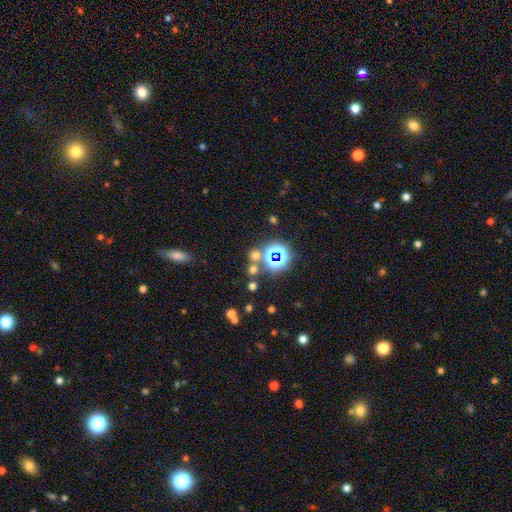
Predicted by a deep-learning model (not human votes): Smooth or featured?
  - smooth: 48% *
  - star or artifact: 44%
  - featured or disk: 8%
Merging?
  - none: 71% *
  - merger: 17%
  - minor disturbance: 8%
  - major disturbance: 4%